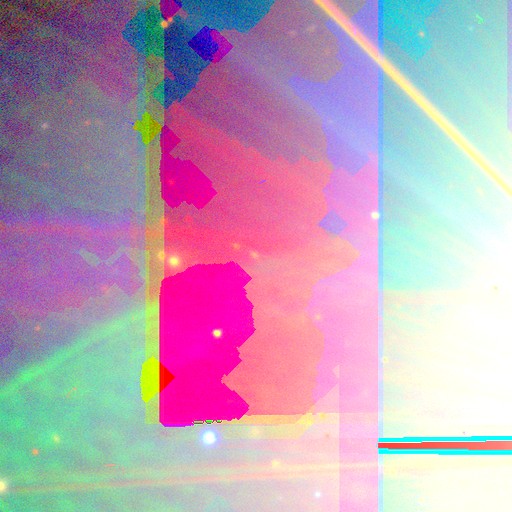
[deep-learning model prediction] Smooth or featured? star or artifact (86%)